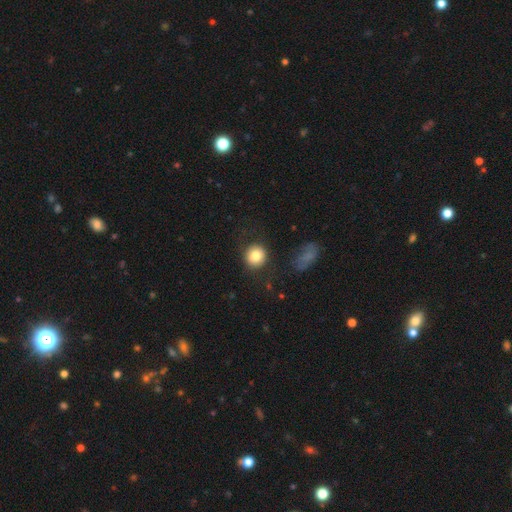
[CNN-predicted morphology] type=smooth (82%); roundness=round (91%); merging=none (85%).